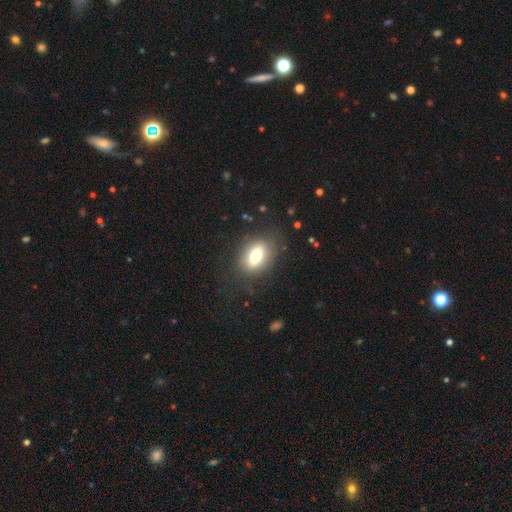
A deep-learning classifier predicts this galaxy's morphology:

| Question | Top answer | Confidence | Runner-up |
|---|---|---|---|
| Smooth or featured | smooth | 70% | featured or disk (20%) |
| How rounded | in between | 81% | round (16%) |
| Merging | none | 81% | minor disturbance (12%) |